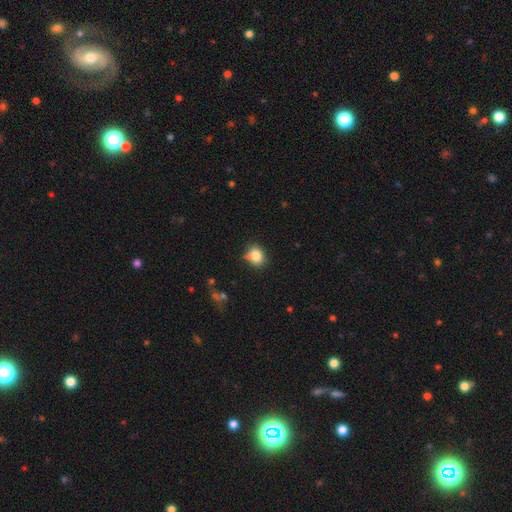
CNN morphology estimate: smooth 80%, star or artifact 11%, featured or disk 9%. Down the decision tree: how rounded — round (54%); merging — none (63%).